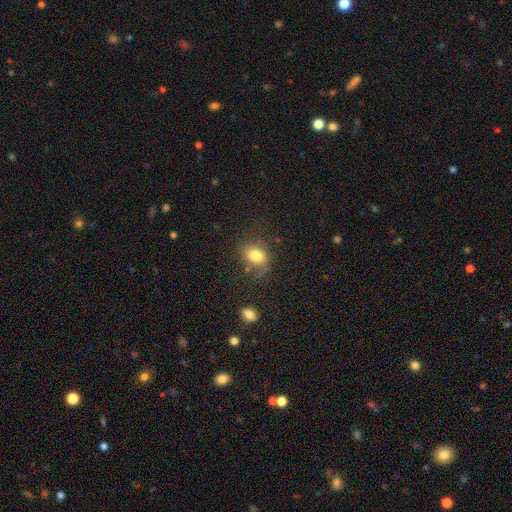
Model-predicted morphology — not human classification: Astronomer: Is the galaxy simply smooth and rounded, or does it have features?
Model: smooth — 80%.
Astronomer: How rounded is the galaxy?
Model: in between — 59% (runner-up: round, 40%).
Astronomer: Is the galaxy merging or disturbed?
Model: none — 71%.